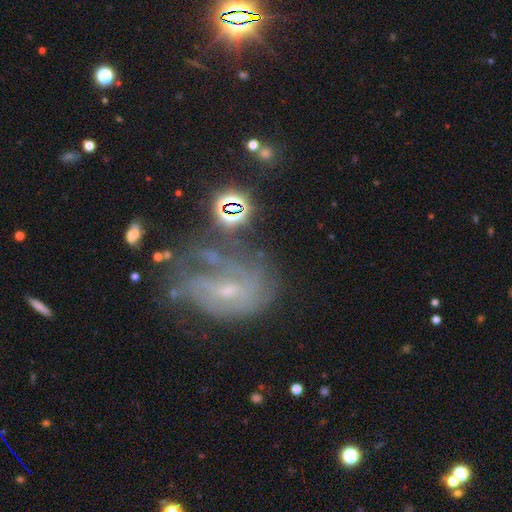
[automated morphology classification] Smooth or featured? Predicted: featured or disk (p=0.67). Edge-on disk? Predicted: no (p=0.96). Bar? Predicted: no (p=0.45). Spiral arms? Predicted: yes (p=0.80). Spiral winding? Predicted: tight (p=0.48). Spiral arm count? Predicted: can't tell (p=0.52). Bulge size? Predicted: small (p=0.68). Merging? Predicted: none (p=0.44).